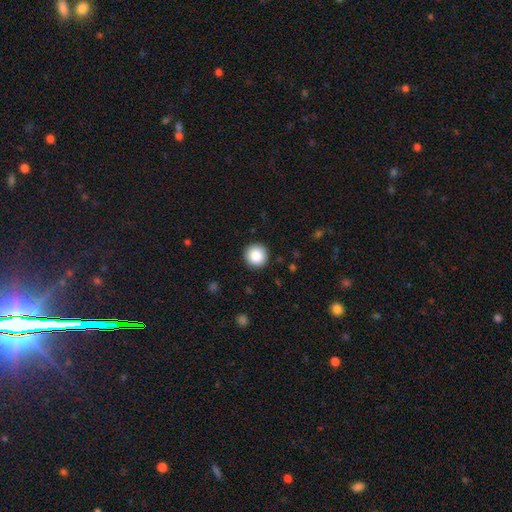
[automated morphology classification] Smooth or featured? Predicted: smooth (p=0.87). How rounded? Predicted: round (p=0.96). Merging? Predicted: none (p=0.92).